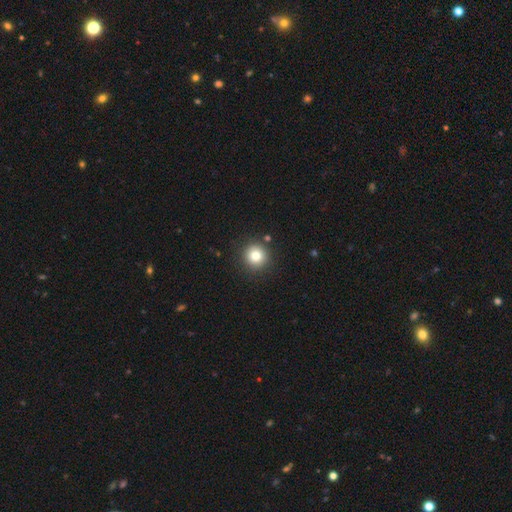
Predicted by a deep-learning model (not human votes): A smooth galaxy with no disk features (81%) that is round (94%). Merging: none (88%).